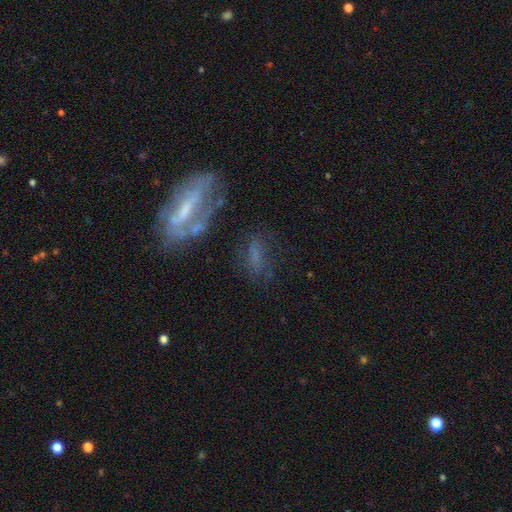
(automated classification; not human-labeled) featured or disk 43%, smooth 42%, star or artifact 15%. Down the decision tree: merging — none (51%).